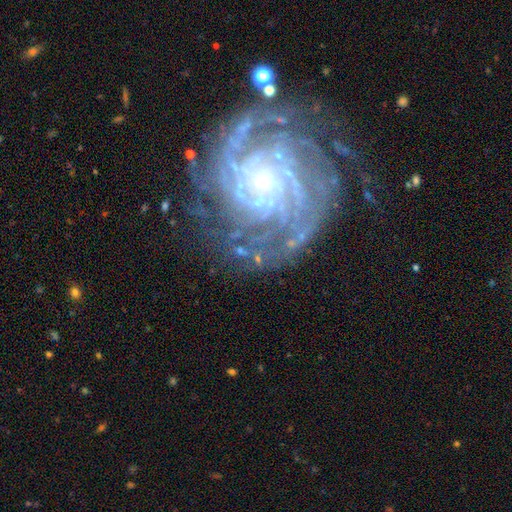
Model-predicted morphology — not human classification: type=featured or disk (89%); edge-on=no (97%); bar=no (69%); spiral arms=yes (98%); winding=tight (75%); arm count=more than 4 (27%); bulge=small (63%); merging=none (75%).